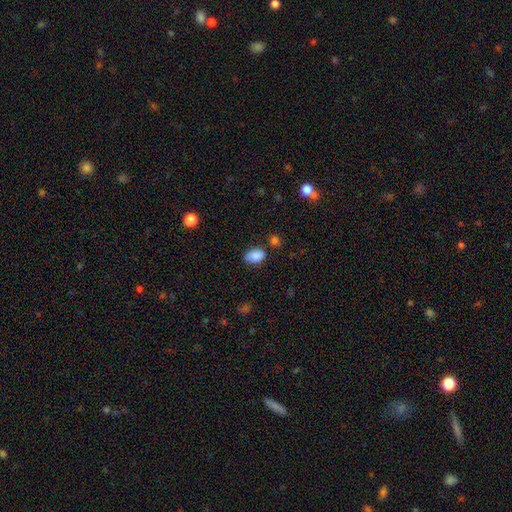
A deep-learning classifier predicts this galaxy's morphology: Overall: smooth (87%). How rounded: in between (87%). Merging: none (71%).